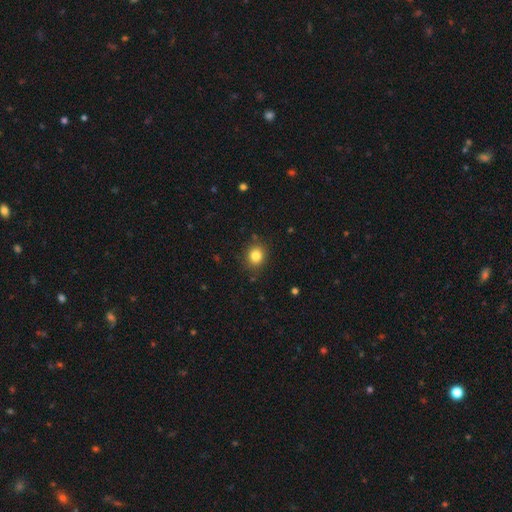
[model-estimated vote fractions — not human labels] A smooth galaxy with no disk features (83%) that is round (73%). Merging: none (87%).